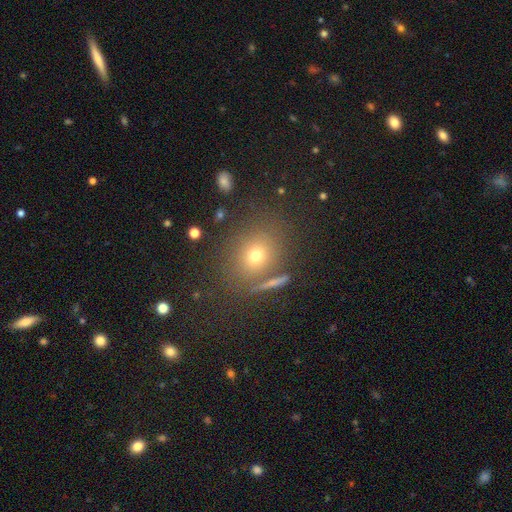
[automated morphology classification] Overall: smooth (68%). How rounded: round (69%; in between 30%). Merging: none (77%).